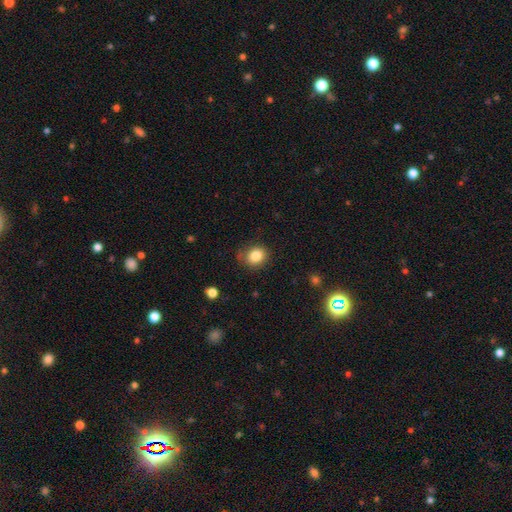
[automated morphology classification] A smooth galaxy with no disk features (83%) that is round (64%). Merging: none (75%).